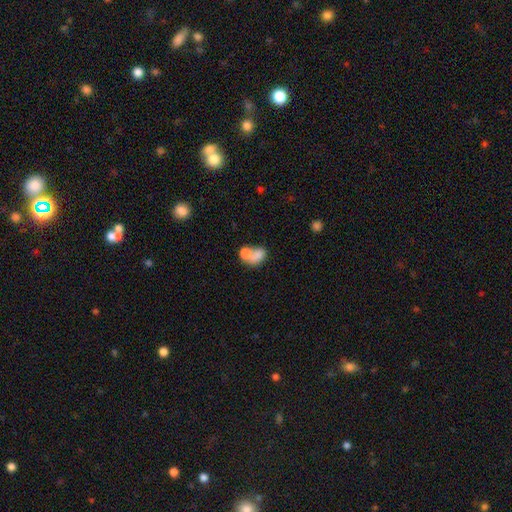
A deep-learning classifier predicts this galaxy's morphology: A smooth galaxy with no disk features (71%) that is in between round and cigar-shaped (66%). Merging: merger (63%).